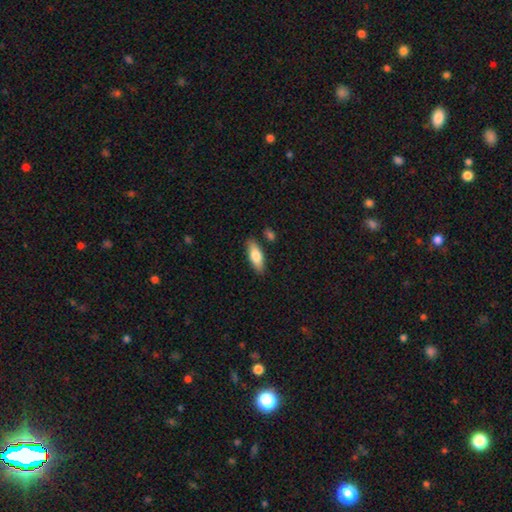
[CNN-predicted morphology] type=smooth (73%); roundness=in between (63%); merging=none (83%).